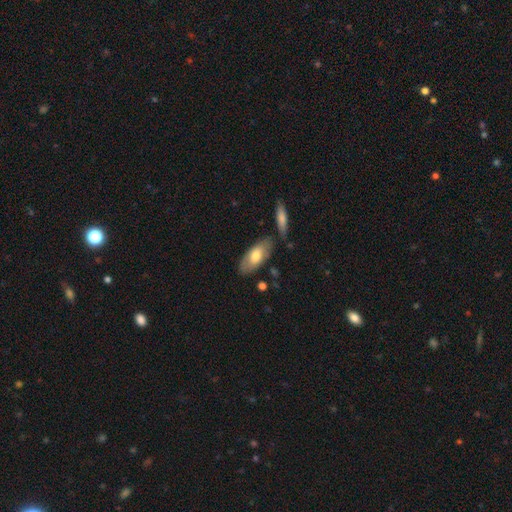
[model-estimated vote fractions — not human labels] Smooth or featured? Predicted: smooth (p=0.67). How rounded? Predicted: in between (p=0.86). Merging? Predicted: none (p=0.75).